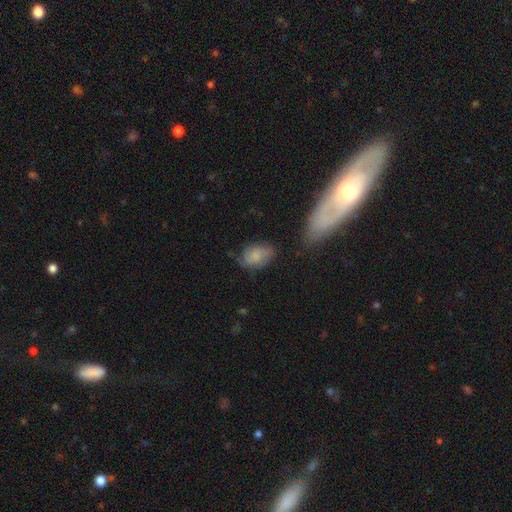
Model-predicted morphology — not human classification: Smooth or featured: smooth — 58% (featured or disk — 33%)
How rounded: in between — 83% (round — 16%)
Merging: none — 55% (minor disturbance — 29%)